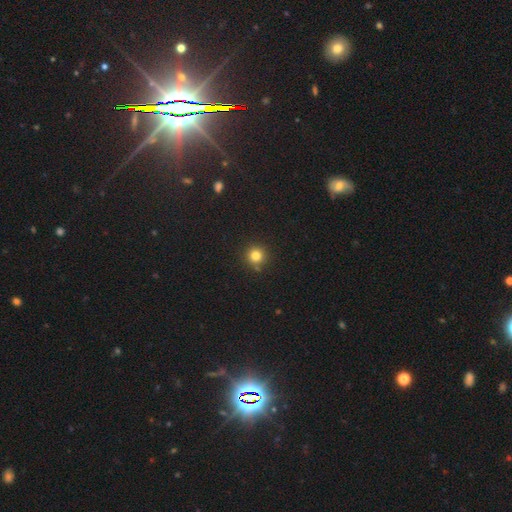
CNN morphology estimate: Smooth or featured? smooth (81%)
How rounded? round (95%)
Merging? none (85%)